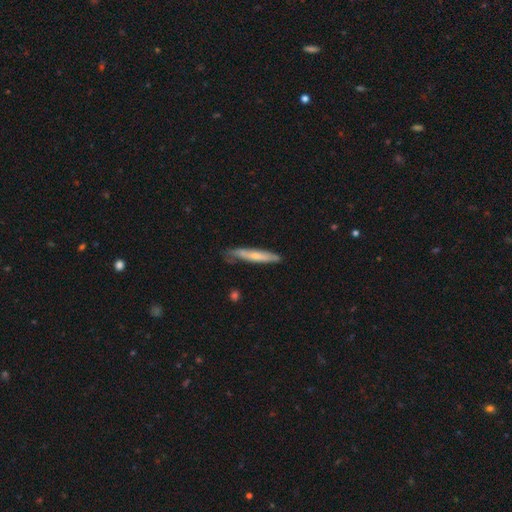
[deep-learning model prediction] This is possibly a smooth galaxy (55%). How rounded: clearly cigar-shaped (91%). Merging: likely none (69%).